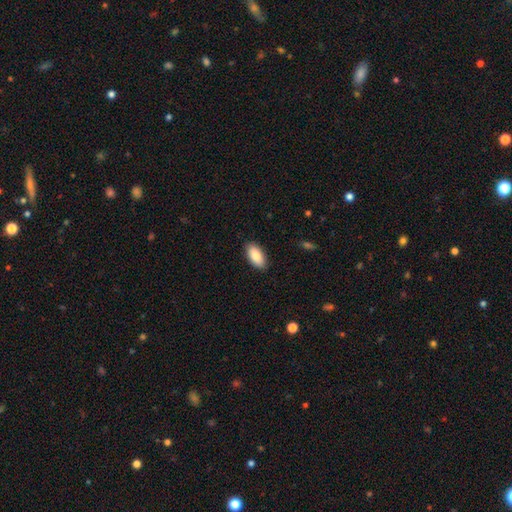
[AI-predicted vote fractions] Morphology: type=smooth (85%); roundness=in between (93%); merging=none (88%).